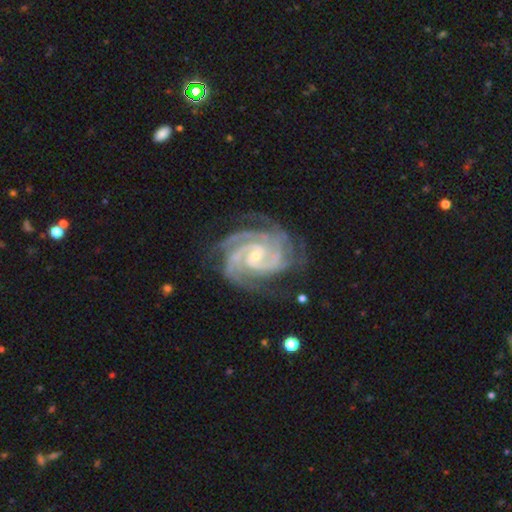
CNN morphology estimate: featured or disk 93%, star or artifact 4%, smooth 3%. Down the decision tree: edge-on disk — no (98%); bar — no (52%); spiral arms — yes (99%); spiral arm count — 3 (32%); spiral winding — tight (70%); bulge size — small (75%); merging — none (72%).